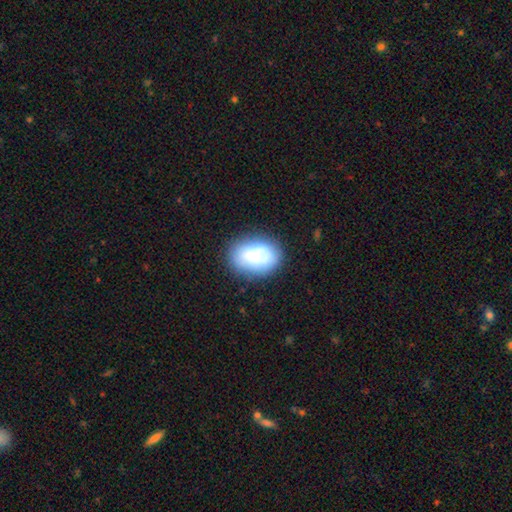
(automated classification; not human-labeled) The model was most divided on "merging": none: 69%, minor disturbance: 18%, merger: 7%, major disturbance: 6%. More confident: how rounded — in between (75%); smooth or featured — smooth (74%).